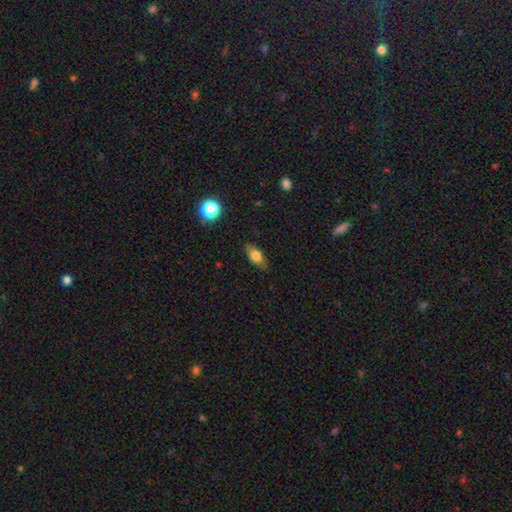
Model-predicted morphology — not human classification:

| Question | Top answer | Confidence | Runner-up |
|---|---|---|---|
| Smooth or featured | smooth | 69% | featured or disk (22%) |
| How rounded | in between | 80% | cigar-shaped (12%) |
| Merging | none | 79% | minor disturbance (16%) |